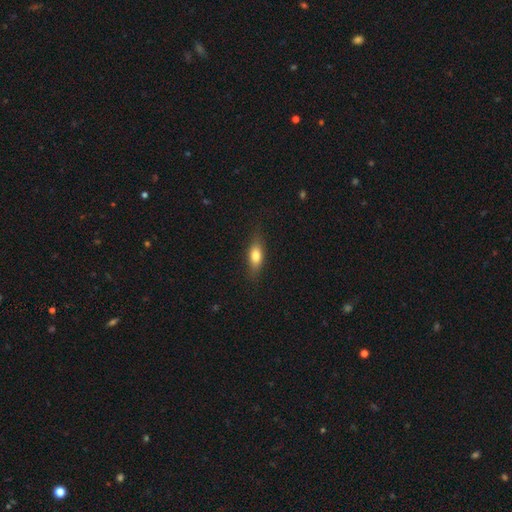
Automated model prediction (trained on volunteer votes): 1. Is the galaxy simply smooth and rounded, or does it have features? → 75% smooth, 18% featured or disk, 7% star or artifact.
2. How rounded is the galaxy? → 71% in between, 25% cigar-shaped, 5% round.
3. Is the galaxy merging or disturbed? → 81% none, 14% minor disturbance, 4% major disturbance, 1% merger.